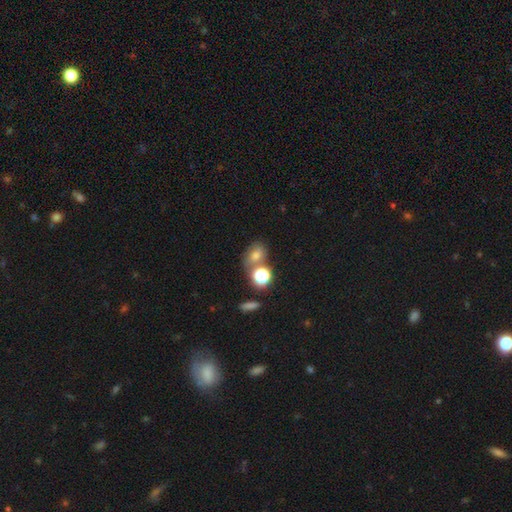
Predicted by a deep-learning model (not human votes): smooth_or_featured: smooth (p=0.62) [alt: star or artifact p=0.21]
how_rounded: in between (p=0.55) [alt: round p=0.43]
merging: none (p=0.52) [alt: merger p=0.28]